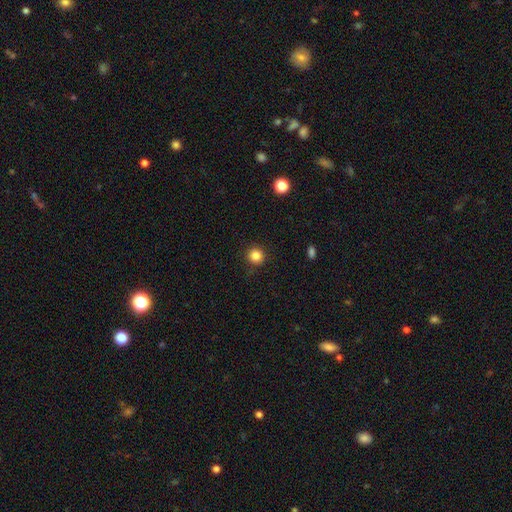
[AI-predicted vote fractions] This is clearly a smooth galaxy (85%). How rounded: clearly round (93%). Merging: clearly none (89%).